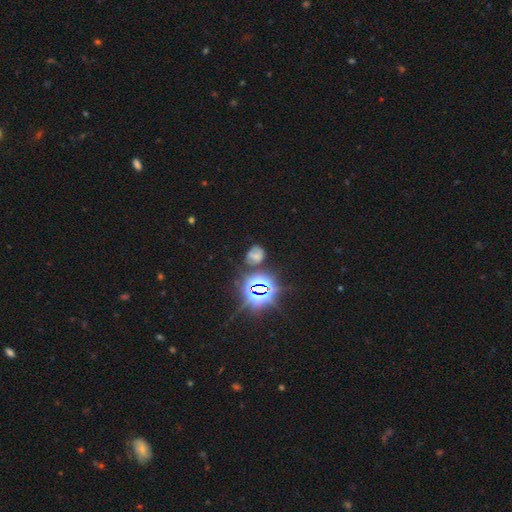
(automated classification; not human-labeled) smooth_or_featured: star or artifact (p=0.41) [alt: smooth p=0.39]